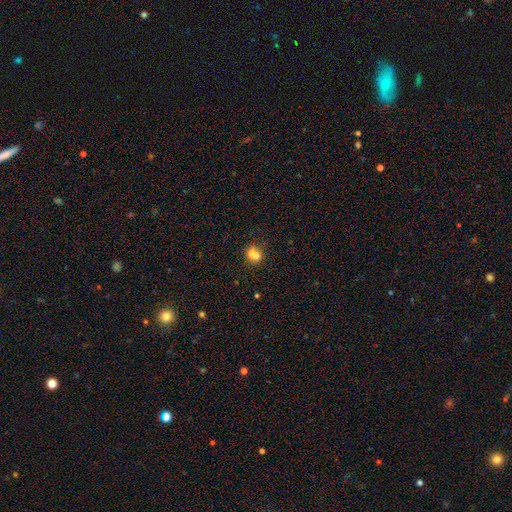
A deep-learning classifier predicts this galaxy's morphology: A smooth galaxy with no disk features (65%) that is round (73%).

Vote fractions:
- Smooth or featured? smooth: 65% / featured or disk: 22% / star or artifact: 13%
- How rounded? round: 73% / in between: 26% / cigar-shaped: 1%
- Merging? merger: 60% / none: 30% / minor disturbance: 7% / major disturbance: 3%